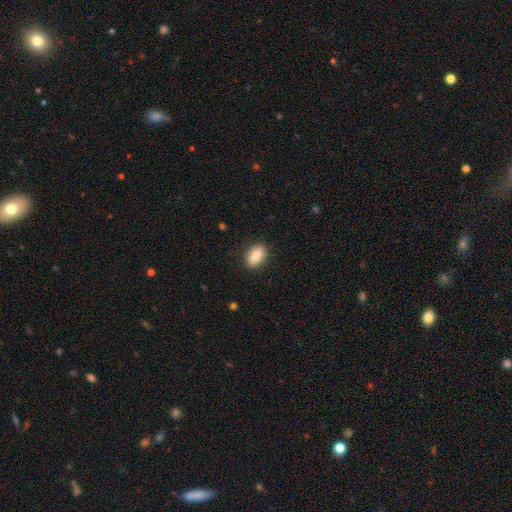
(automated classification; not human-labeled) Q: Smooth or featured?
A: smooth (85%); runner-up: featured or disk (7%)
Q: How rounded?
A: in between (86%); runner-up: round (11%)
Q: Merging?
A: none (88%); runner-up: minor disturbance (9%)